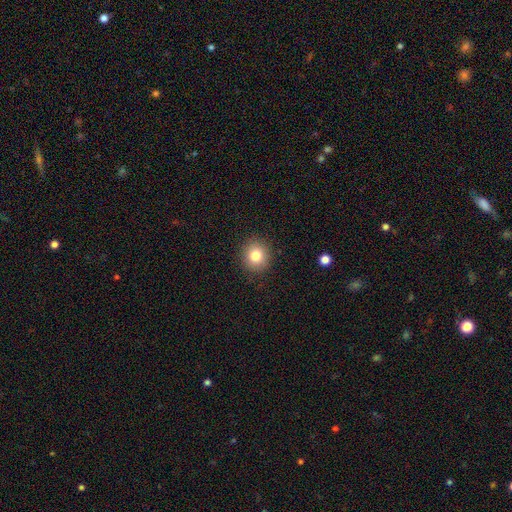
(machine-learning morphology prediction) A smooth galaxy with no disk features (81%) that is round (87%).

Vote fractions:
- Smooth or featured? smooth: 81% / star or artifact: 11% / featured or disk: 8%
- How rounded? round: 87% / in between: 12% / cigar-shaped: 1%
- Merging? none: 90% / minor disturbance: 7% / major disturbance: 2% / merger: 1%